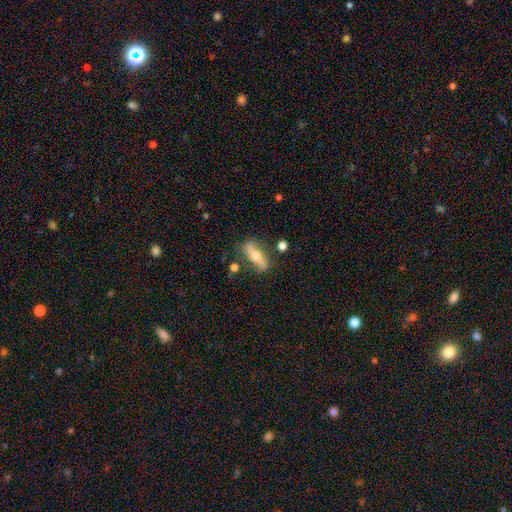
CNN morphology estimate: A featured or disk galaxy (64%). Merging: none (75%).